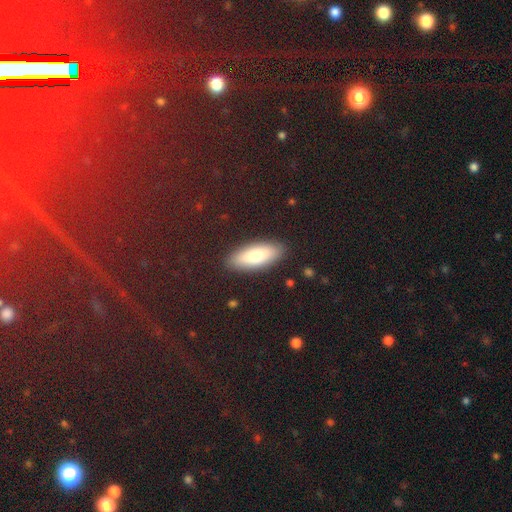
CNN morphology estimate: Smooth or featured?
  - smooth: 76% *
  - featured or disk: 18%
  - star or artifact: 7%
How rounded?
  - in between: 71% *
  - cigar-shaped: 27%
  - round: 2%
Merging?
  - none: 88% *
  - minor disturbance: 9%
  - major disturbance: 2%
  - merger: 1%